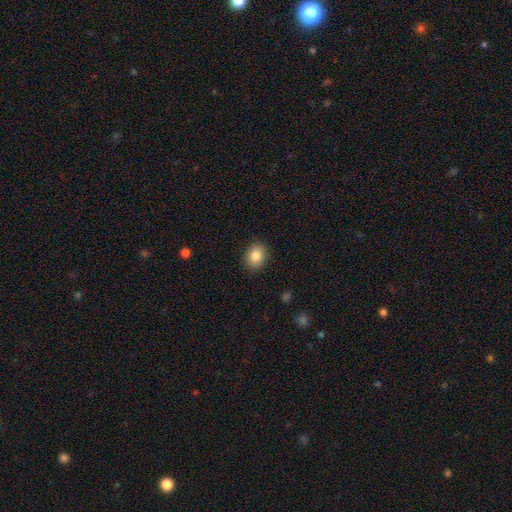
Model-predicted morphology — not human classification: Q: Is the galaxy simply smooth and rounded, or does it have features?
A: smooth — 85%.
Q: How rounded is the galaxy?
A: in between — 54%.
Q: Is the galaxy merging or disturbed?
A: none — 88%.